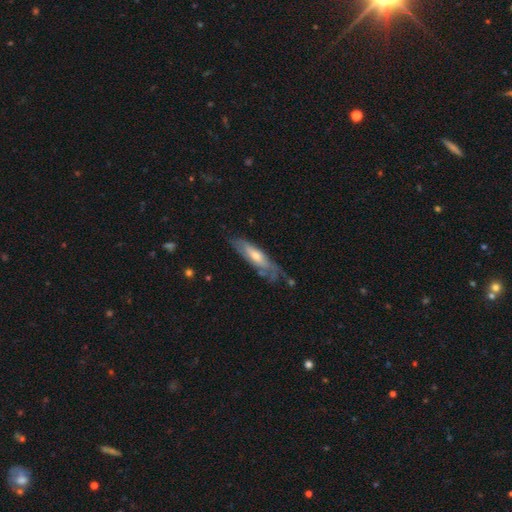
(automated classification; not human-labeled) Overall: featured or disk (58%; smooth 35%). Edge-on disk: no (54%; yes 46%). Merging: none (60%; minor disturbance 27%).